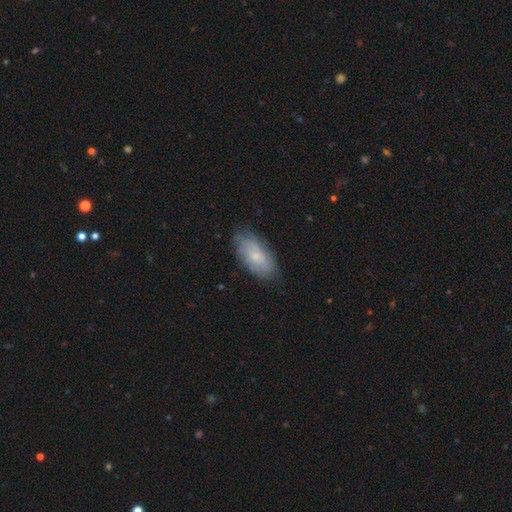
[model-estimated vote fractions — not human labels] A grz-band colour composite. It shows a smooth galaxy with no disk features (61%) that is in between round and cigar-shaped (90%). Merging: none (75%).